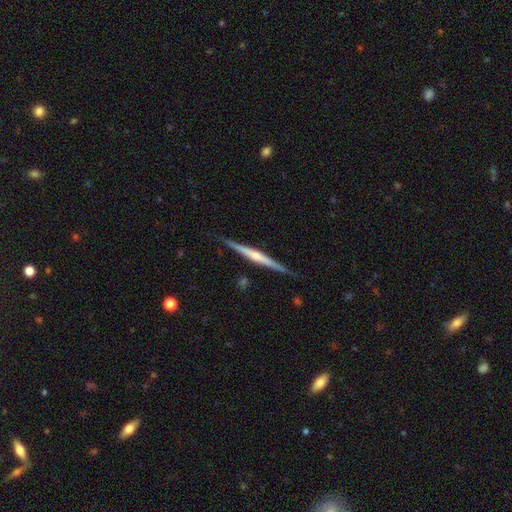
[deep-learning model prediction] Smooth or featured? featured or disk (70%)
Edge-on disk? yes (98%)
Edge-on bulge? rounded (59%)
Merging? none (86%)